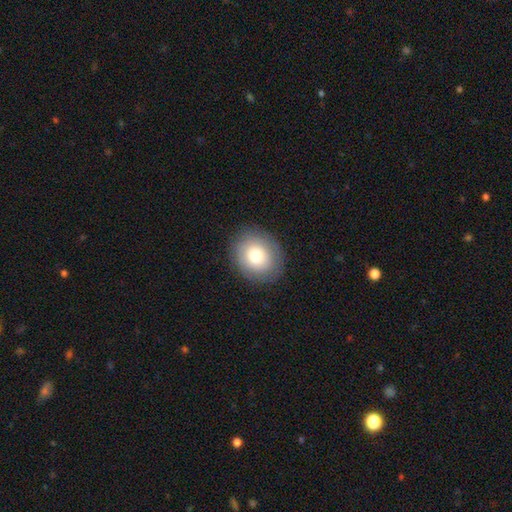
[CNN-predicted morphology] The model was most divided on "how rounded": round: 66%, in between: 33%, cigar-shaped: 1%. More confident: merging — none (87%); smooth or featured — smooth (78%).